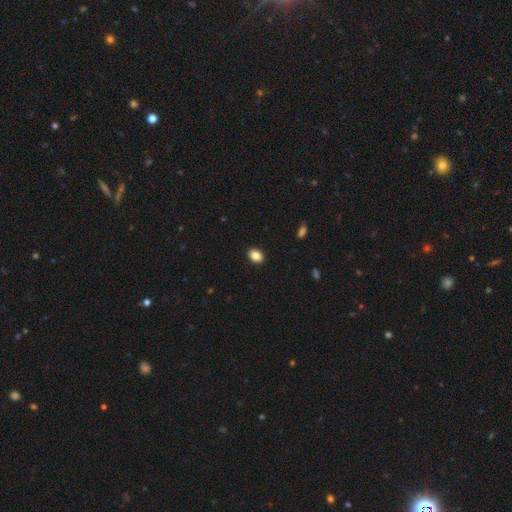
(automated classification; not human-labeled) Overall: smooth (86%). How rounded: in between (75%). Merging: none (90%).